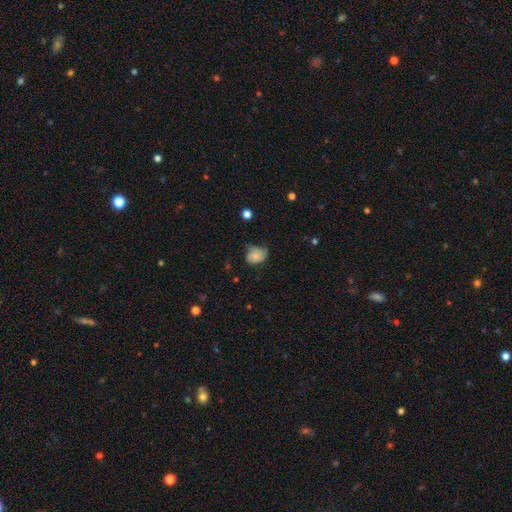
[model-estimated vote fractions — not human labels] A smooth galaxy with no disk features (60%) that is in between round and cigar-shaped (56%). Merging: none (41%).